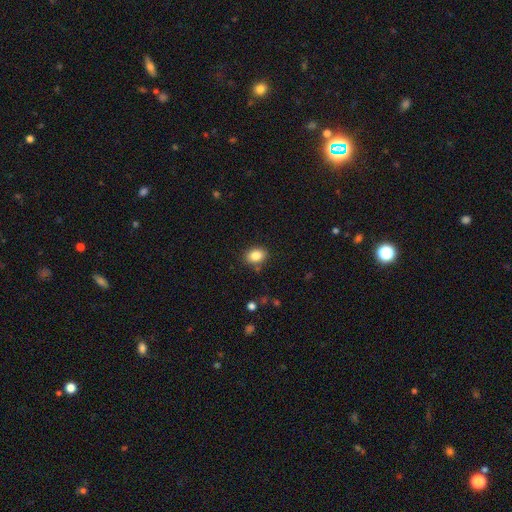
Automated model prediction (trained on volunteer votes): Overall: smooth (85%). How rounded: in between (67%; round 32%). Merging: none (85%).